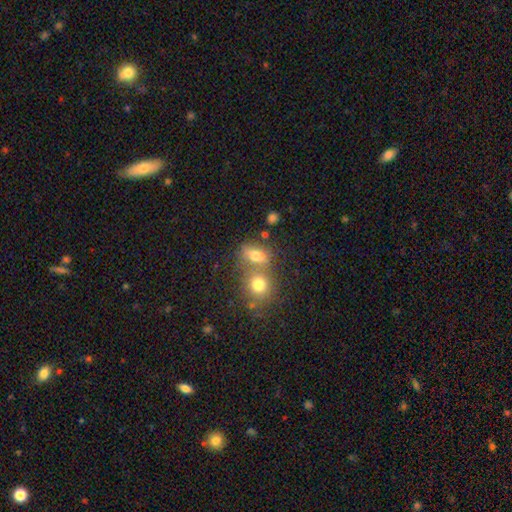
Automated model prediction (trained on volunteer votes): A smooth galaxy with no disk features (71%) that is in between round and cigar-shaped (65%). Merging: merger (45%).